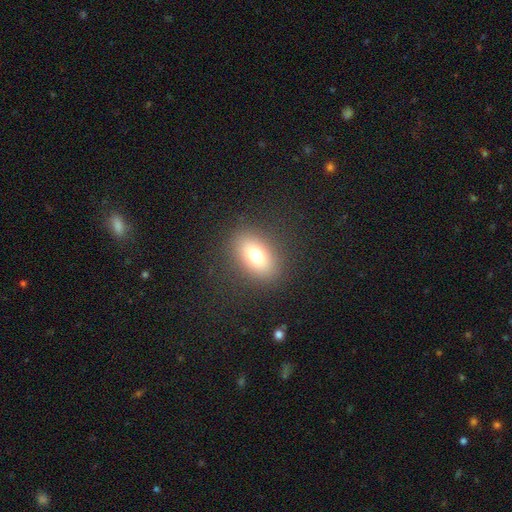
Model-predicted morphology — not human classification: Overall: smooth (74%). How rounded: in between (78%). Merging: none (86%).